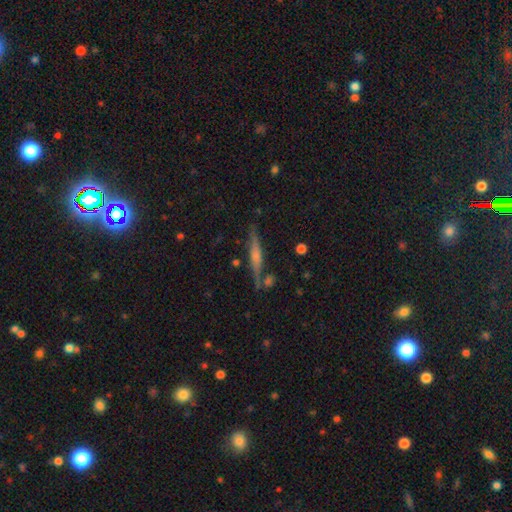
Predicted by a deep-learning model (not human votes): Smooth or featured? Predicted: featured or disk (p=0.63). Edge-on disk? Predicted: yes (p=0.96). Edge-on bulge? Predicted: rounded (p=0.54). Merging? Predicted: none (p=0.81).